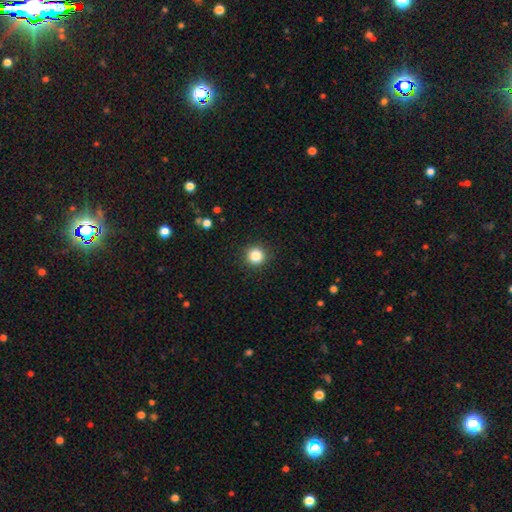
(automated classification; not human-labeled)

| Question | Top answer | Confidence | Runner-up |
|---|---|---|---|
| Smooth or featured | smooth | 85% | star or artifact (11%) |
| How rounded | round | 95% | in between (4%) |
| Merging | none | 92% | minor disturbance (5%) |